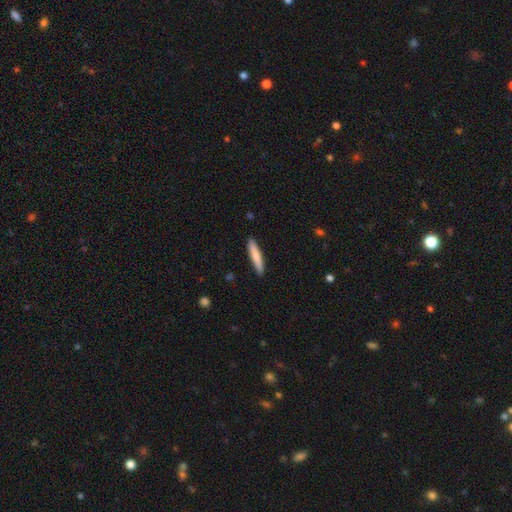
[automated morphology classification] smooth 77%, featured or disk 18%, star or artifact 5%. Down the decision tree: how rounded — cigar-shaped (91%); merging — none (89%).